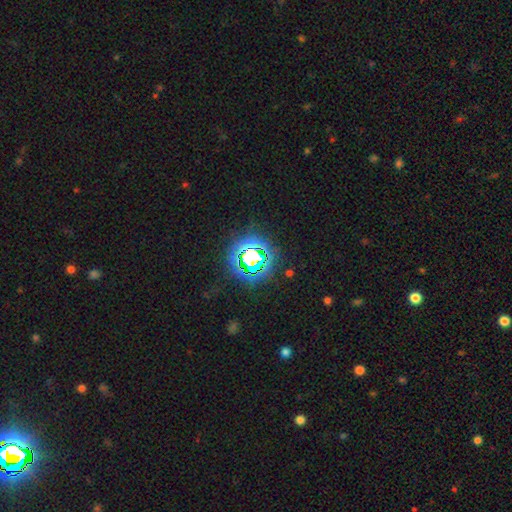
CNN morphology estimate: star or artifact 75%, smooth 16%, featured or disk 9%.